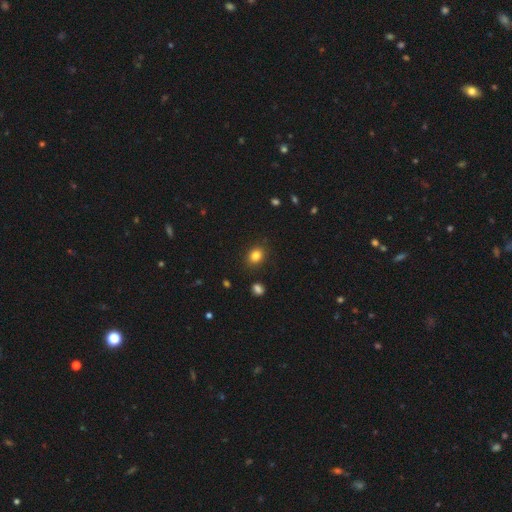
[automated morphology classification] smooth 83%, star or artifact 12%, featured or disk 6%. Down the decision tree: how rounded — round (53%); merging — none (87%).